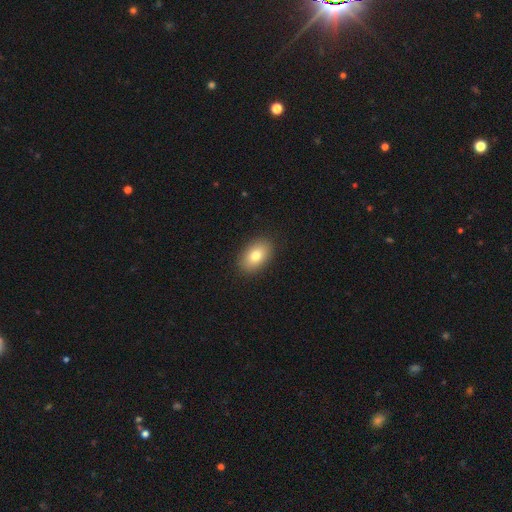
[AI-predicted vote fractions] Overall: smooth (79%). How rounded: in between (88%). Merging: none (89%).